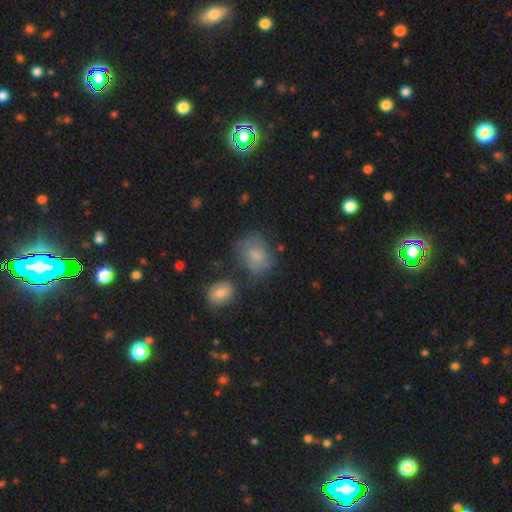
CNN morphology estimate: A smooth galaxy with no disk features (70%) that is in between round and cigar-shaped (57%). Merging: none (56%).